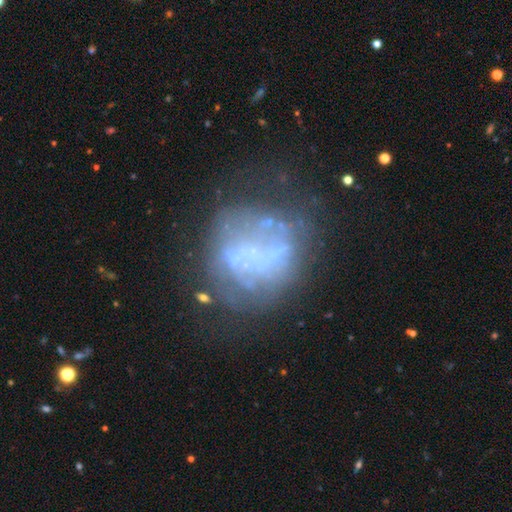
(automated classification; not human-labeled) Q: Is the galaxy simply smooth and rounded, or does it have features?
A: featured or disk — 61%.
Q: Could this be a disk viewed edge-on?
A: no — 97%.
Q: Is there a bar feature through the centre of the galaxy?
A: no — 86%.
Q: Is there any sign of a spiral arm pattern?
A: no — 90%.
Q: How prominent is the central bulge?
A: none — 77%.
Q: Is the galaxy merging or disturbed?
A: none — 46%.